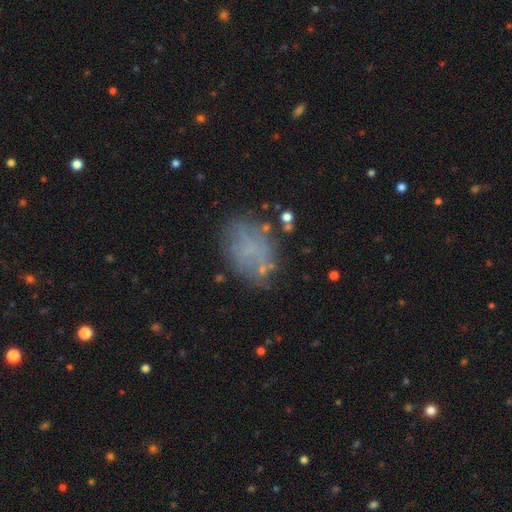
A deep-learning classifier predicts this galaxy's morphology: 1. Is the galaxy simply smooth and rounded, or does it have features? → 47% smooth, 38% featured or disk, 15% star or artifact.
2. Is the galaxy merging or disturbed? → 60% none, 21% minor disturbance, 13% major disturbance, 6% merger.